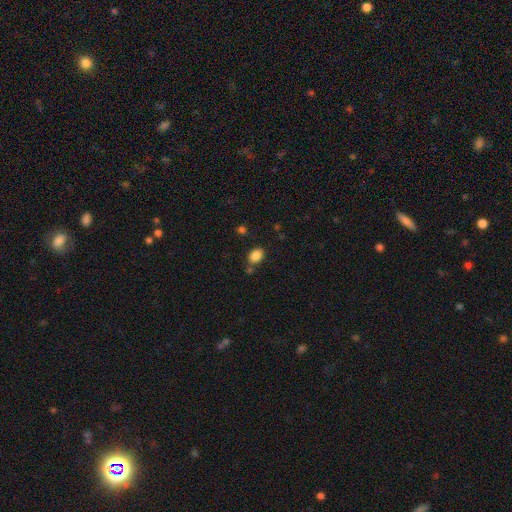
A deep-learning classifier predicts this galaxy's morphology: type=smooth (86%); roundness=in between (73%); merging=none (72%).